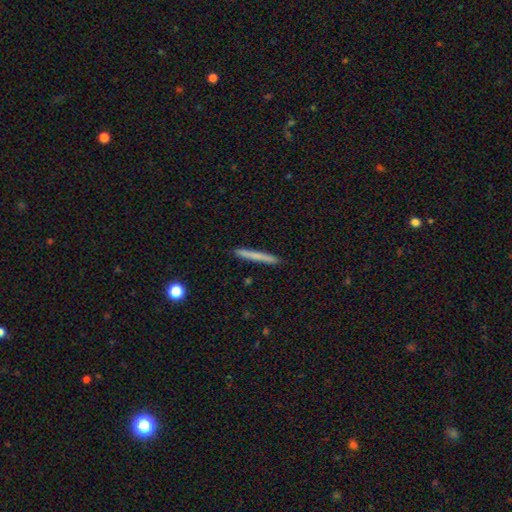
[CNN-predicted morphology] smooth-or-featured: smooth: 69% | featured or disk: 25% | star or artifact: 6%
  how-rounded: cigar-shaped: 97% | in between: 2% | round: 1%
  merging: none: 92% | minor disturbance: 6% | major disturbance: 1% | merger: 1%